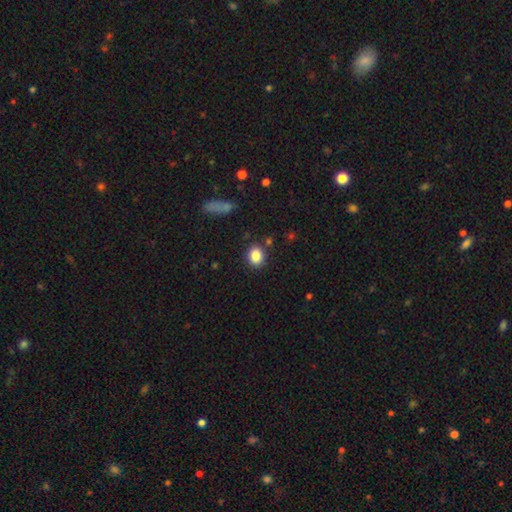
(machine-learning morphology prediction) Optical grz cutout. It shows a smooth galaxy with no disk features (86%) that is round (53%). Merging: none (86%).